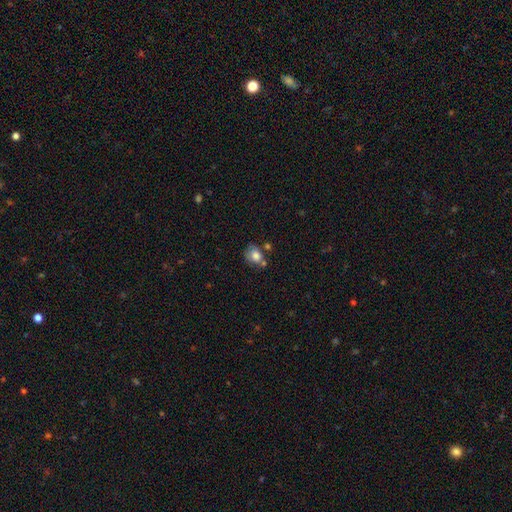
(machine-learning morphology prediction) Smooth or featured?
  - smooth: 77% *
  - featured or disk: 13%
  - star or artifact: 10%
How rounded?
  - round: 55% *
  - in between: 44%
  - cigar-shaped: 1%
Merging?
  - none: 49% *
  - minor disturbance: 23%
  - merger: 20%
  - major disturbance: 8%